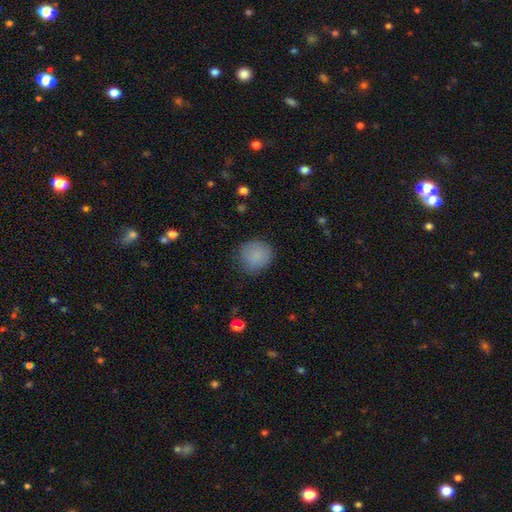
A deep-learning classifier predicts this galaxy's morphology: smooth 86%, star or artifact 8%, featured or disk 6%. Down the decision tree: how rounded — round (87%); merging — none (77%).